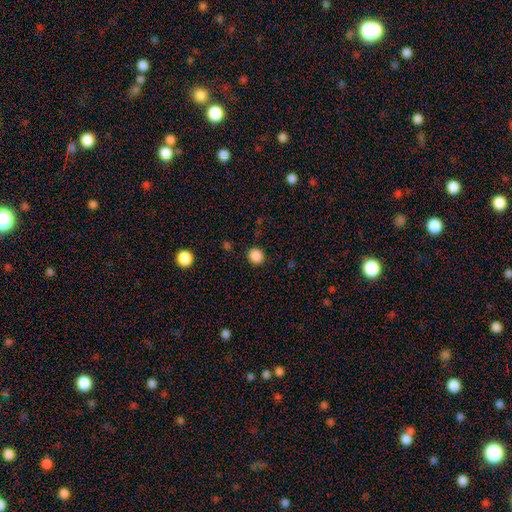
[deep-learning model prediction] Smooth or featured? Predicted: smooth (p=0.87). How rounded? Predicted: round (p=0.77). Merging? Predicted: none (p=0.89).